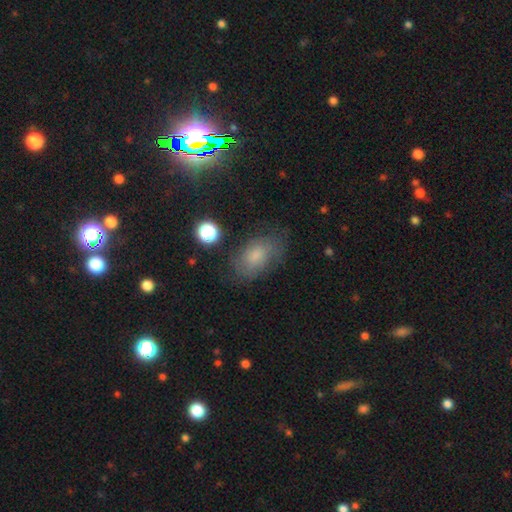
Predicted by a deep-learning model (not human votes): This appears to be a smooth galaxy with no disk features (67%) that is in between round and cigar-shaped (89%). Merging: none (68%).